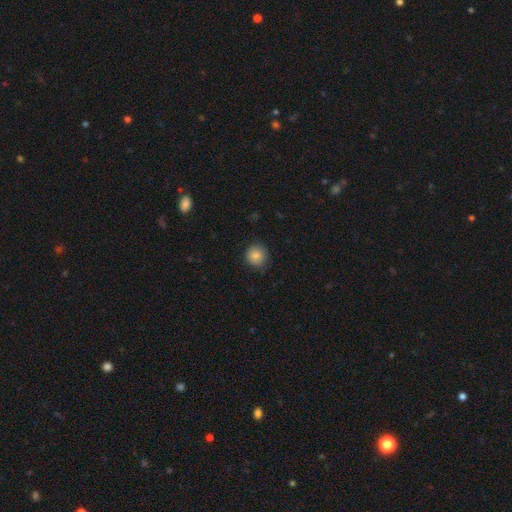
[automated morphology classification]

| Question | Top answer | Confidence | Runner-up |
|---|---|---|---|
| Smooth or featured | smooth | 83% | star or artifact (10%) |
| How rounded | round | 92% | in between (7%) |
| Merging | none | 86% | minor disturbance (11%) |